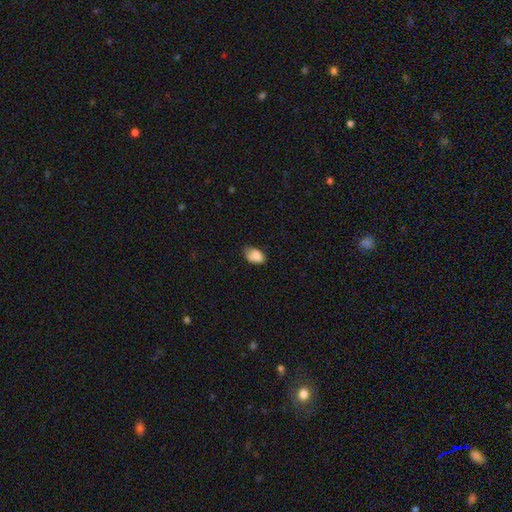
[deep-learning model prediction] Morphology: type=smooth (86%); roundness=in between (88%); merging=none (62%).